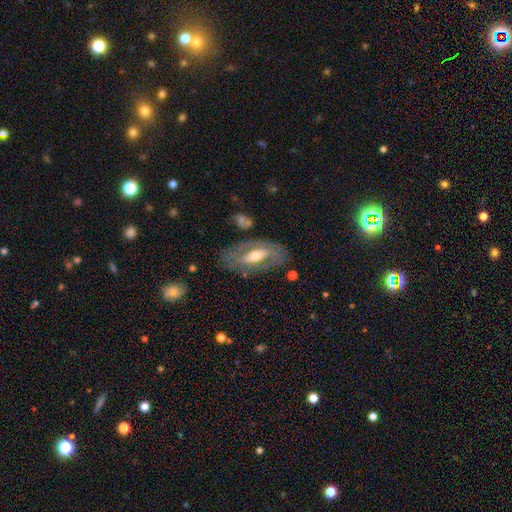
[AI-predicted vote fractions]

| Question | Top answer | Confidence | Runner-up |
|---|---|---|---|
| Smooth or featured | featured or disk | 67% | smooth (27%) |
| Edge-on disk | no | 83% | yes (17%) |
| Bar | no | 38% | strong (32%) |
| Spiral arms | no | 53% | yes (47%) |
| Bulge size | moderate | 69% | small (19%) |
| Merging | none | 71% | minor disturbance (17%) |